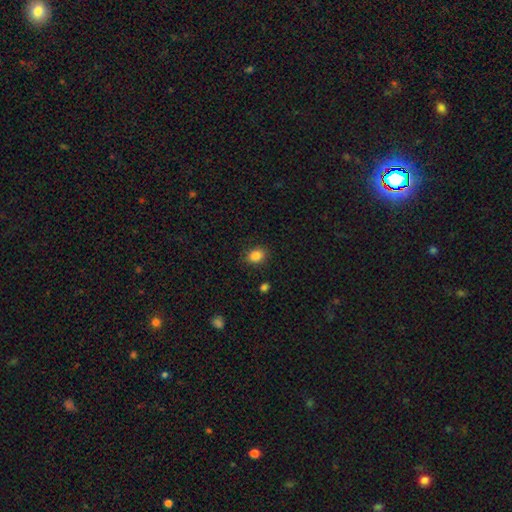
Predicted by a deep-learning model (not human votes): This is clearly a smooth galaxy (85%). How rounded: likely in between (62%). Merging: clearly none (87%).